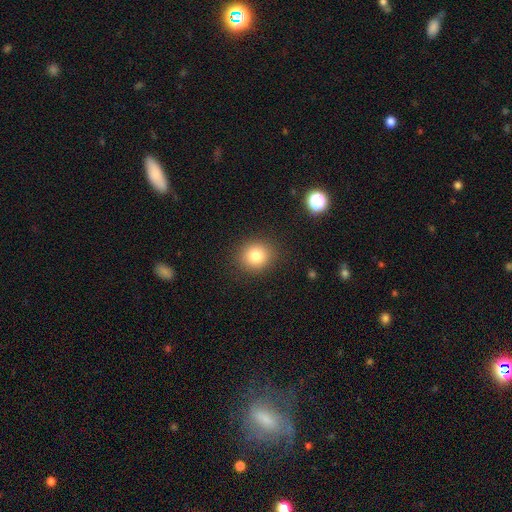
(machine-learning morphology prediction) Smooth or featured? Predicted: smooth (p=0.80). How rounded? Predicted: round (p=0.84). Merging? Predicted: none (p=0.89).